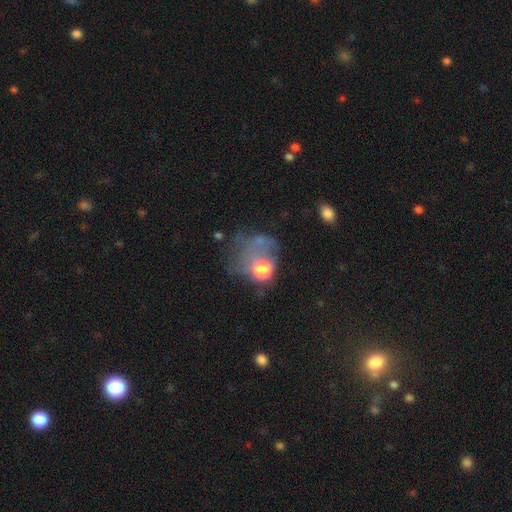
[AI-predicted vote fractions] Q: Smooth or featured?
A: smooth (46%); runner-up: featured or disk (31%)
Q: Merging?
A: major disturbance (45%); runner-up: none (28%)